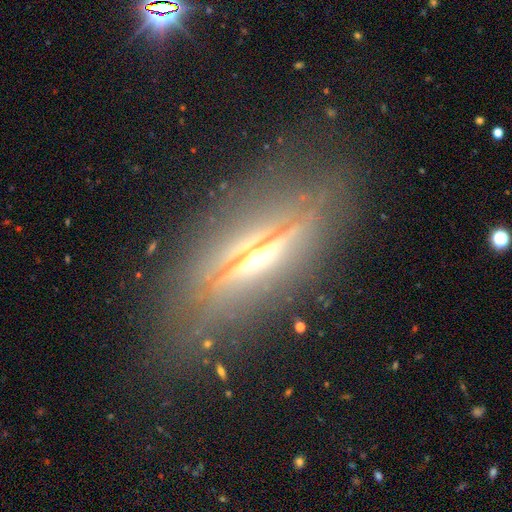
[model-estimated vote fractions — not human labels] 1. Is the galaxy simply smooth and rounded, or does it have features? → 75% featured or disk, 15% smooth, 10% star or artifact.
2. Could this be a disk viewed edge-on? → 89% yes, 11% no.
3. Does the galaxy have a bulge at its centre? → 87% rounded, 7% boxy, 6% none.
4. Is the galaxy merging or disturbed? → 73% none, 16% minor disturbance, 10% major disturbance, 2% merger.